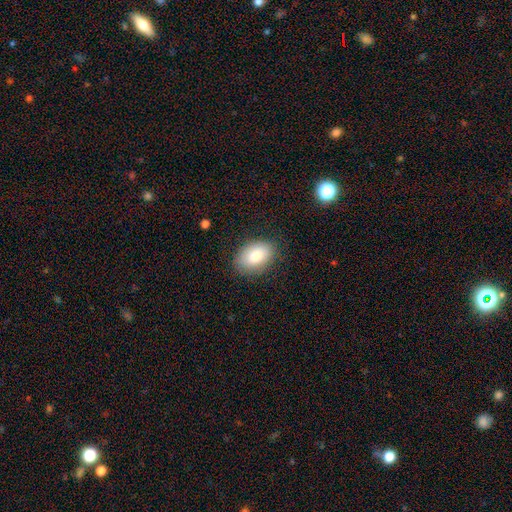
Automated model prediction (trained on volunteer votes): smooth-or-featured: smooth: 82% | featured or disk: 11% | star or artifact: 7%
  how-rounded: in between: 89% | round: 10% | cigar-shaped: 1%
  merging: none: 83% | minor disturbance: 13% | major disturbance: 3% | merger: 1%